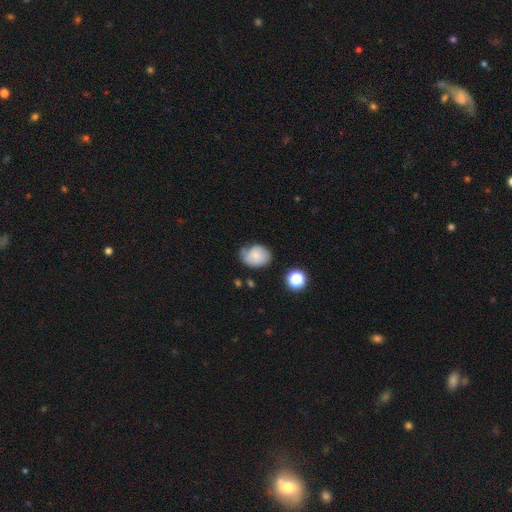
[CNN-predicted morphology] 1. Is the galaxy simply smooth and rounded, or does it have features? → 70% smooth, 20% featured or disk, 10% star or artifact.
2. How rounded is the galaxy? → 56% in between, 43% round, 1% cigar-shaped.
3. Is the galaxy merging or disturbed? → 51% none, 33% minor disturbance, 10% major disturbance, 6% merger.